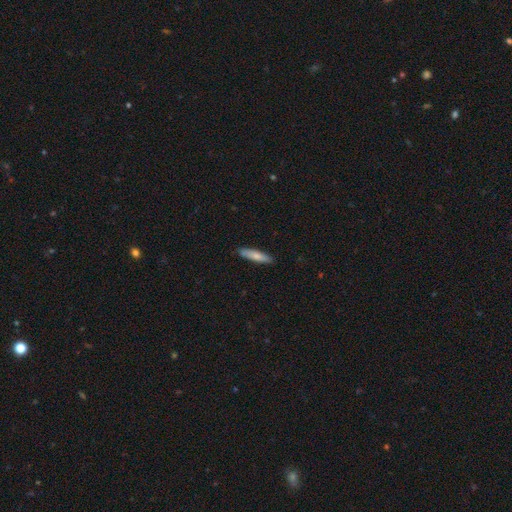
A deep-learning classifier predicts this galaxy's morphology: type=smooth (77%); roundness=cigar-shaped (79%); merging=none (87%).